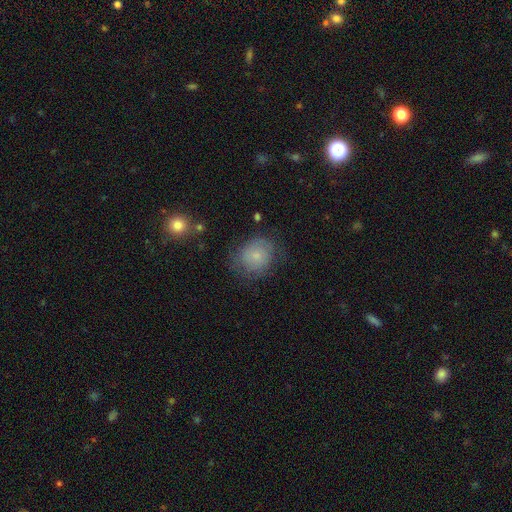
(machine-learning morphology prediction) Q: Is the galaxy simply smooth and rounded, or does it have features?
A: smooth — 70%.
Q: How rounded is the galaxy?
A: round — 71%.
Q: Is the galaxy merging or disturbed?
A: none — 62%.